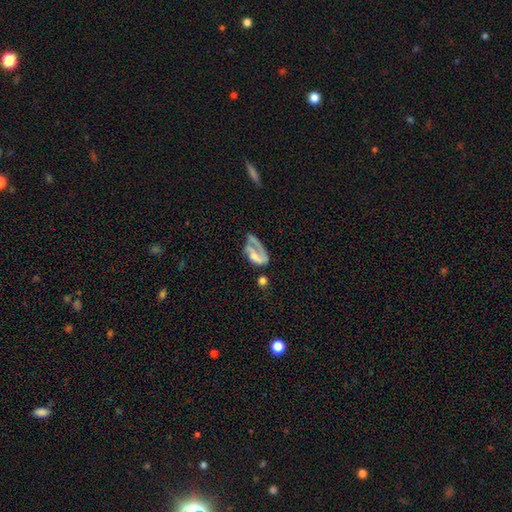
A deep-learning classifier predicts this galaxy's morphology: Smooth or featured? featured or disk (64%)
Edge-on disk? no (96%)
Bar? no (54%)
Spiral arms? yes (74%)
Bulge size? none (32%)
Merging? major disturbance (41%)